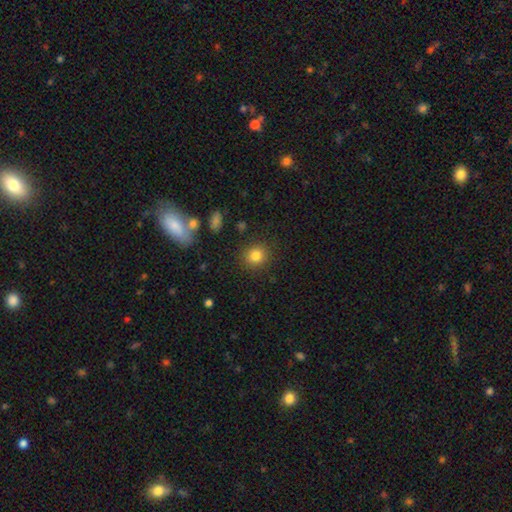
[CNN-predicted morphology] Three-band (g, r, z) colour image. It shows a smooth galaxy with no disk features (82%) that is round (87%). Merging: none (89%).